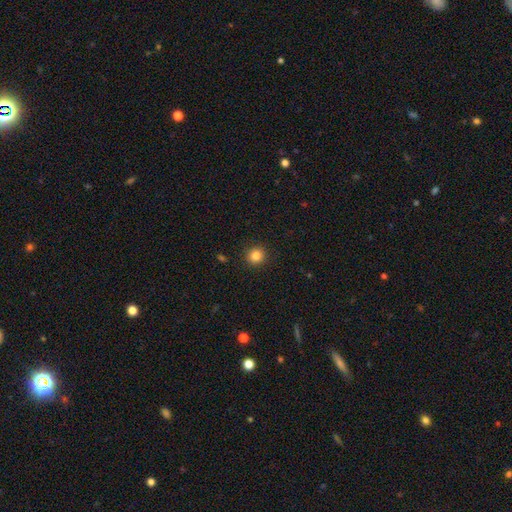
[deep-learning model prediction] Smooth or featured? smooth (85%)
How rounded? round (93%)
Merging? none (92%)